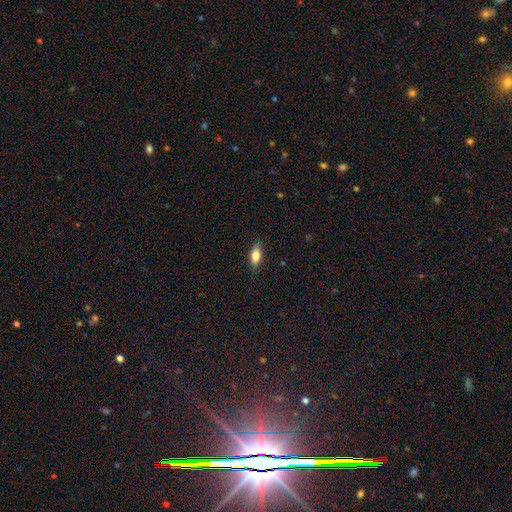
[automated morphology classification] Overall: smooth (80%). How rounded: in between (81%). Merging: none (85%).